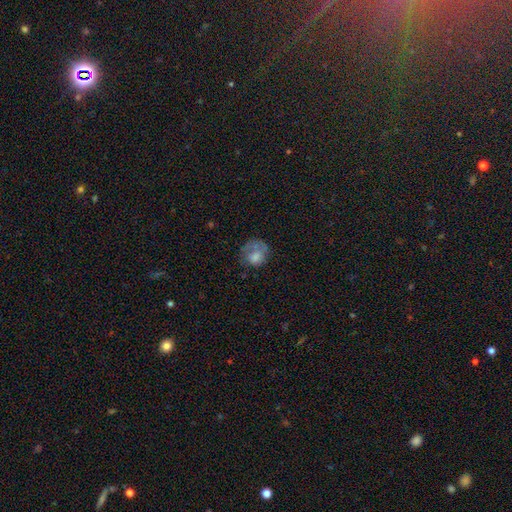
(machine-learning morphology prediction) smooth 62%, featured or disk 28%, star or artifact 9%. Down the decision tree: how rounded — round (65%); merging — none (42%).